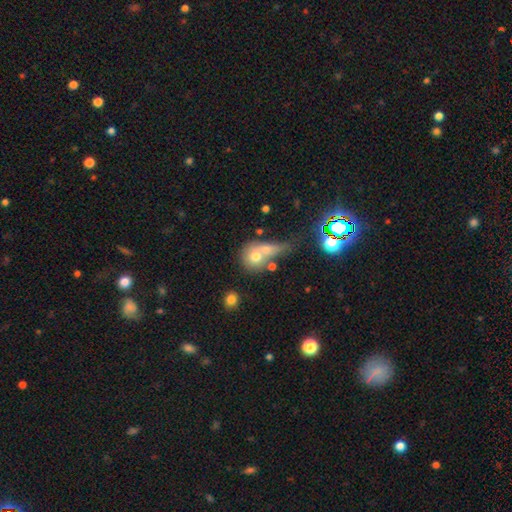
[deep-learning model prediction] This is likely a smooth galaxy (65%). How rounded: likely round (77%). Merging: possibly merger (57%).